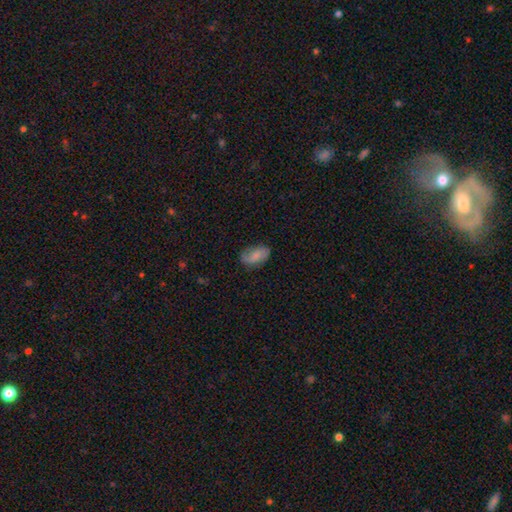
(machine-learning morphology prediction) A smooth galaxy with no disk features (59%) that is in between round and cigar-shaped (91%).

Vote fractions:
- Smooth or featured? smooth: 59% / featured or disk: 33% / star or artifact: 9%
- How rounded? in between: 91% / round: 6% / cigar-shaped: 3%
- Merging? none: 69% / minor disturbance: 22% / major disturbance: 8% / merger: 1%